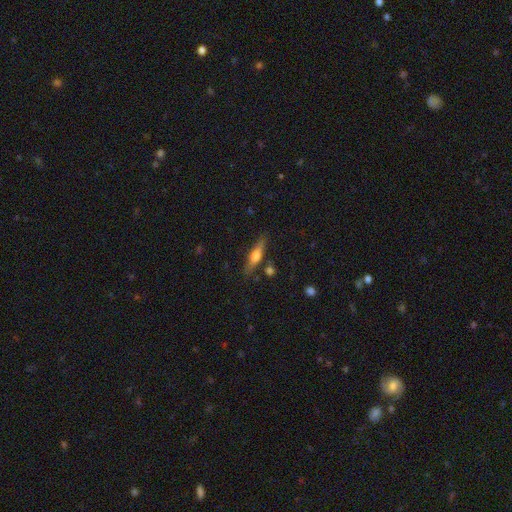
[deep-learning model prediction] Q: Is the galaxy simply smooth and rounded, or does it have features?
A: featured or disk — 48%.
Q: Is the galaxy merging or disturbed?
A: none — 81%.